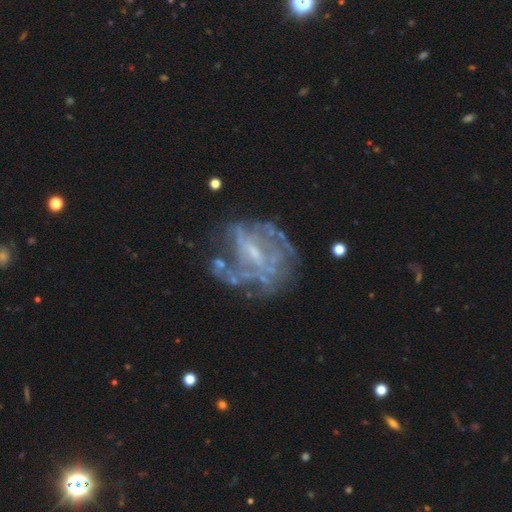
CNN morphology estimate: A featured or disk galaxy (76%) with a weak bar (48%), spiral arms (64%) and a small central bulge (64%). Merging: none (53%).